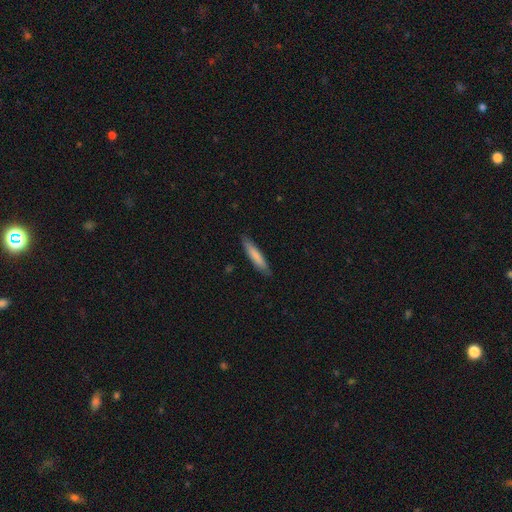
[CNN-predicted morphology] Q: Smooth or featured?
A: smooth (79%); runner-up: featured or disk (15%)
Q: How rounded?
A: cigar-shaped (89%); runner-up: in between (10%)
Q: Merging?
A: none (87%); runner-up: minor disturbance (10%)